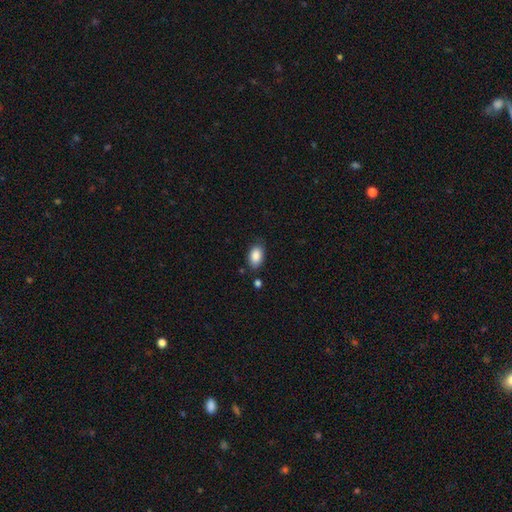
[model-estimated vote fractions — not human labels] This appears to be a smooth galaxy with no disk features (88%) that is in between round and cigar-shaped (91%). Merging: none (77%).